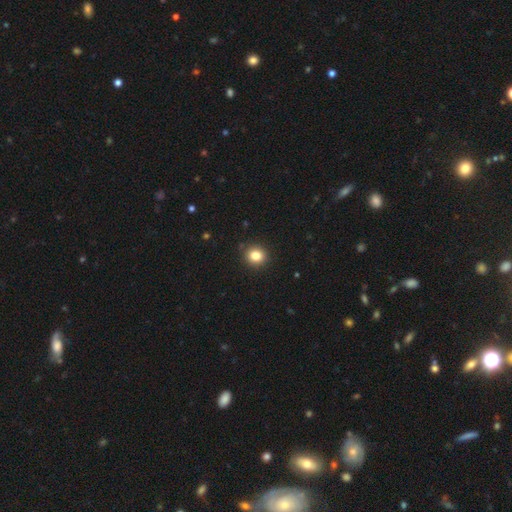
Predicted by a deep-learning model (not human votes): Smooth or featured? smooth (84%)
How rounded? round (81%)
Merging? none (90%)